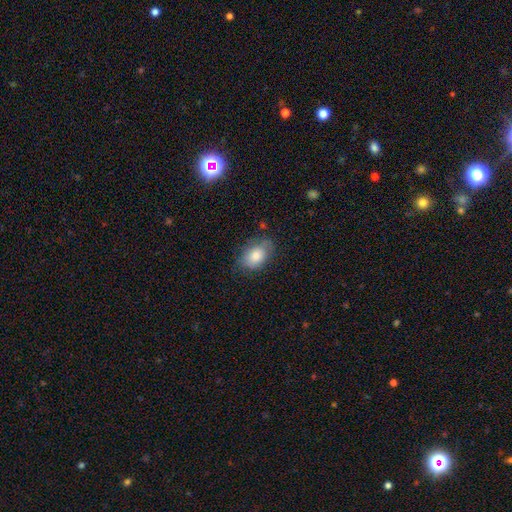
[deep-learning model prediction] Smooth or featured? smooth (79%)
How rounded? in between (82%)
Merging? none (70%)